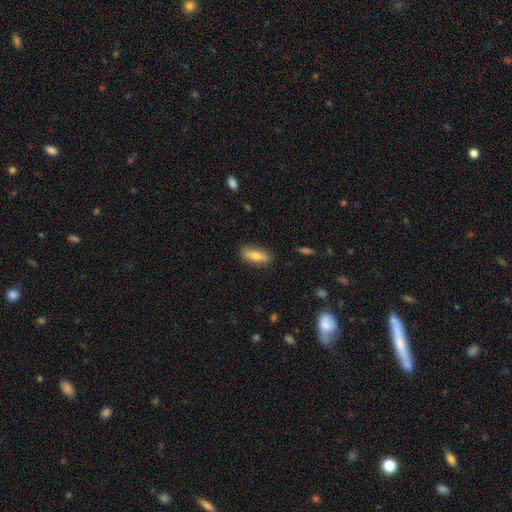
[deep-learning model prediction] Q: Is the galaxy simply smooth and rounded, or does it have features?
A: smooth — 70%.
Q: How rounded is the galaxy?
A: in between — 64%.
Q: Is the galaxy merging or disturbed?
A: none — 85%.